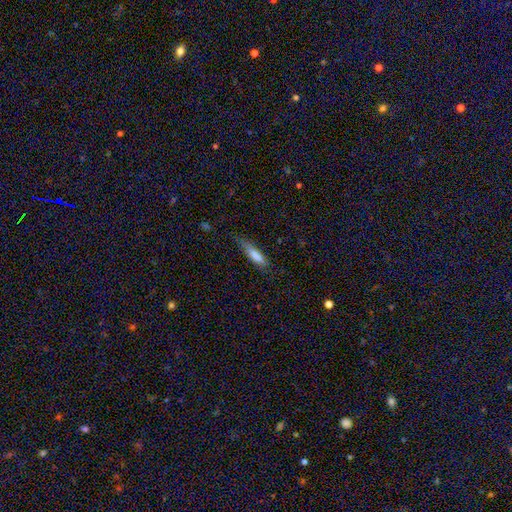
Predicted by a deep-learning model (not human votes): A smooth galaxy with no disk features (77%) that is cigar-shaped (73%). Merging: none (59%).